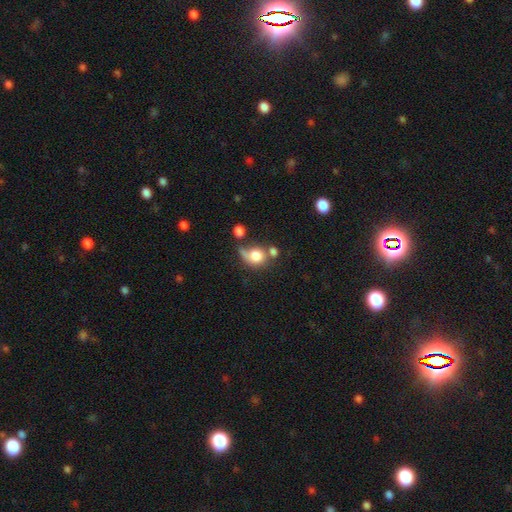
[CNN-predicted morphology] Smooth or featured? smooth (71%)
How rounded? round (65%)
Merging? none (30%, tied with merger)